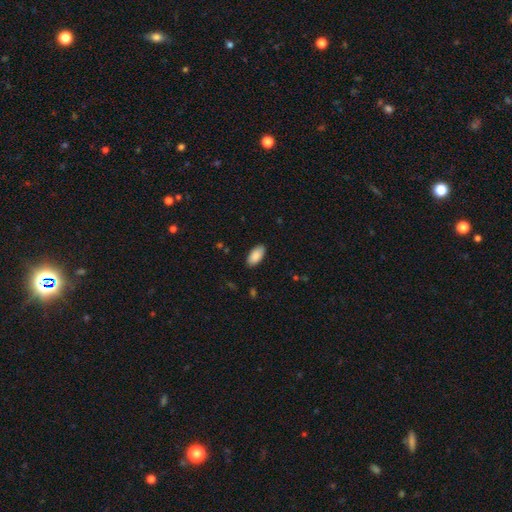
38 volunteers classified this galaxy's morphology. Smooth or featured? smooth (97%)
How rounded? in between (97%)
Merging? none (92%)